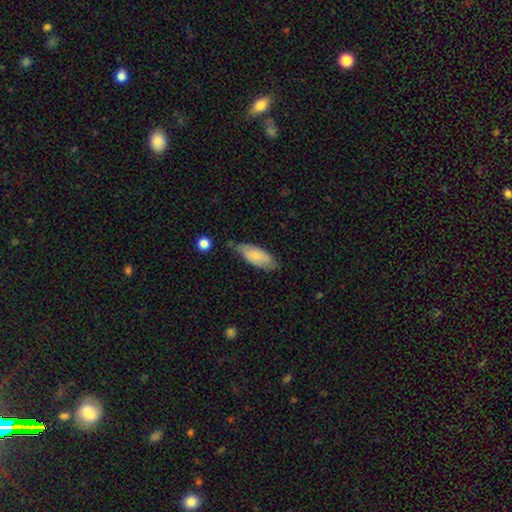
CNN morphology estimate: Smooth or featured?
  - smooth: 75% *
  - featured or disk: 19%
  - star or artifact: 6%
How rounded?
  - in between: 76% *
  - cigar-shaped: 22%
  - round: 2%
Merging?
  - none: 61% *
  - minor disturbance: 30%
  - major disturbance: 5%
  - merger: 4%